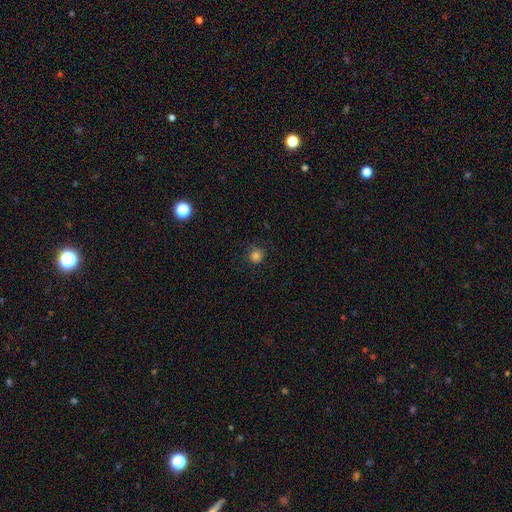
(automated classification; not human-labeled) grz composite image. It shows a smooth galaxy with no disk features (82%) that is round (92%). Merging: none (80%).